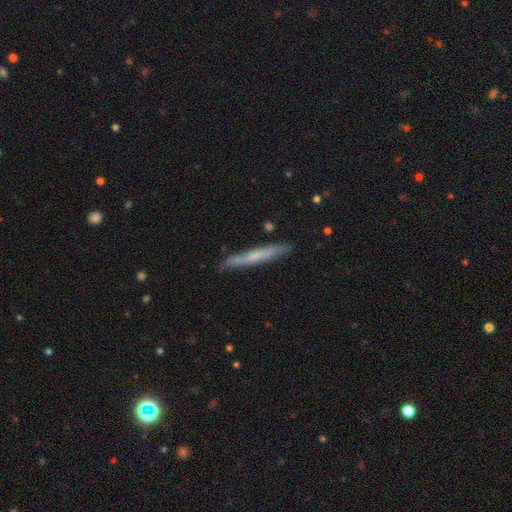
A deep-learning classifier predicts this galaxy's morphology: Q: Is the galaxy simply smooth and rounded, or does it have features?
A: smooth — 49%.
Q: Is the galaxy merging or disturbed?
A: none — 86%.